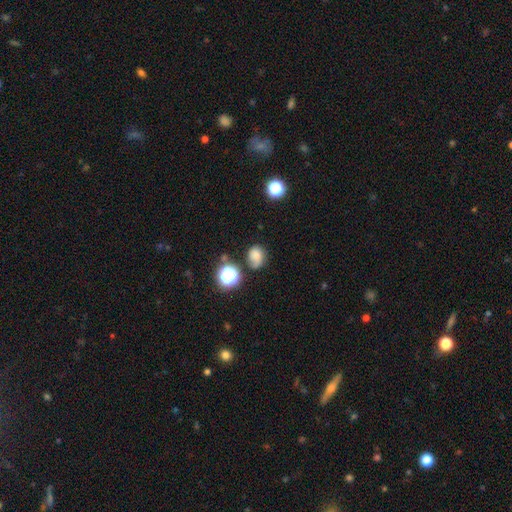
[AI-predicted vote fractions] This appears to be a smooth galaxy with no disk features (70%) that is round (55%). Merging: none (52%).